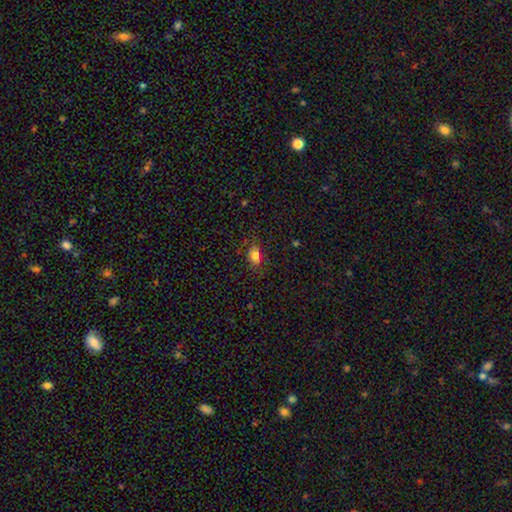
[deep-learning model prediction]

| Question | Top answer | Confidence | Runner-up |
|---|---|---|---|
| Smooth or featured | smooth | 78% | star or artifact (14%) |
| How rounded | in between | 78% | round (19%) |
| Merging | none | 79% | minor disturbance (15%) |